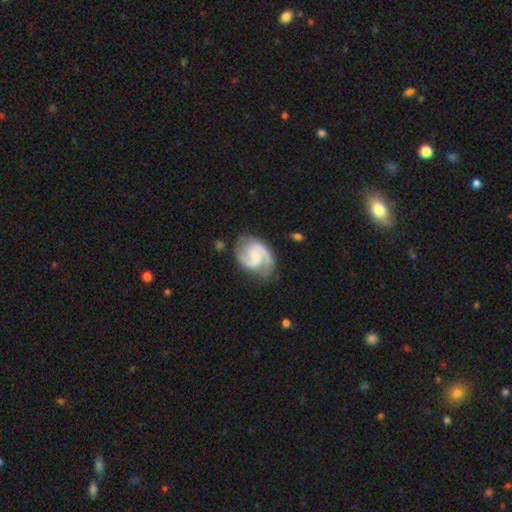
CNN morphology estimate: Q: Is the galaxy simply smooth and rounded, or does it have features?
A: featured or disk — 88%.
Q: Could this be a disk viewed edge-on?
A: no — 98%.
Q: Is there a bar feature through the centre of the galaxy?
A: weak — 48%.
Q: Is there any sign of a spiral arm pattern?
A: yes — 97%.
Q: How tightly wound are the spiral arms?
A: medium — 57%.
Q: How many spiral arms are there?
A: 2 — 90%.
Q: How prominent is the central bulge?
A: small — 49%.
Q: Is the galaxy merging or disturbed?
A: none — 74%.